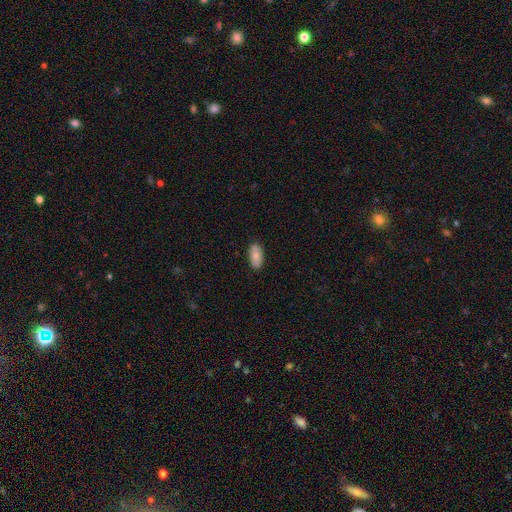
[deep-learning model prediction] Smooth or featured? smooth (78%)
How rounded? in between (92%)
Merging? none (87%)